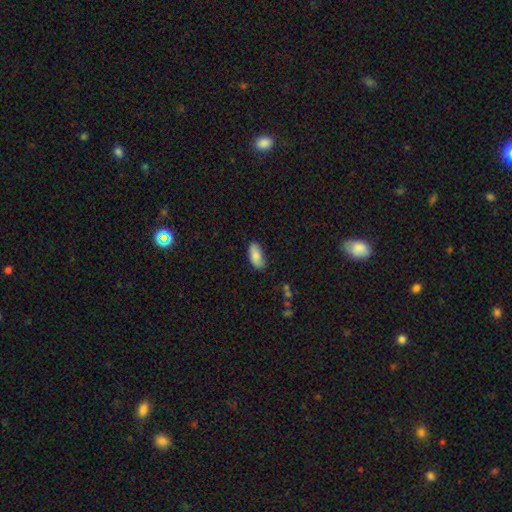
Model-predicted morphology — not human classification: smooth-or-featured: smooth: 83% | featured or disk: 11% | star or artifact: 6%
  how-rounded: in between: 91% | cigar-shaped: 7% | round: 2%
  merging: none: 78% | minor disturbance: 18% | major disturbance: 3% | merger: 1%